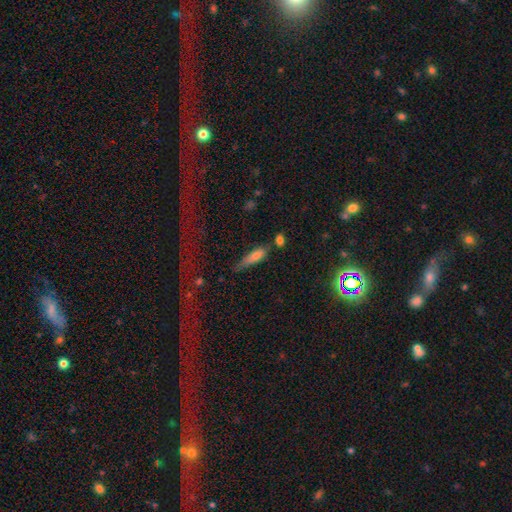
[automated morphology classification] smooth_or_featured: smooth (p=0.68) [alt: featured or disk p=0.21]
how_rounded: cigar-shaped (p=0.65) [alt: in between p=0.32]
merging: none (p=0.50) [alt: minor disturbance p=0.25]